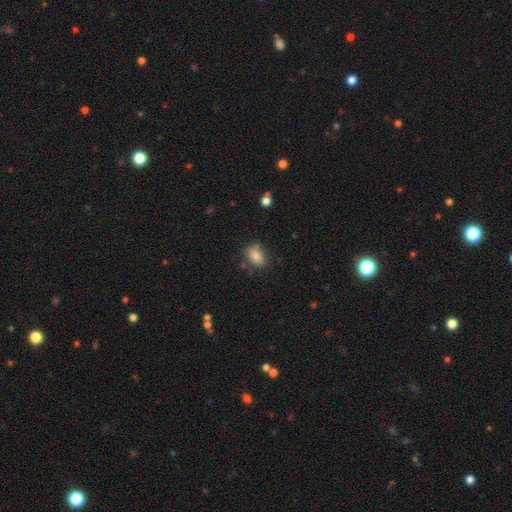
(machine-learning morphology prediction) Smooth or featured: smooth — 83% (star or artifact — 9%)
How rounded: in between — 79% (round — 19%)
Merging: none — 72% (minor disturbance — 18%)